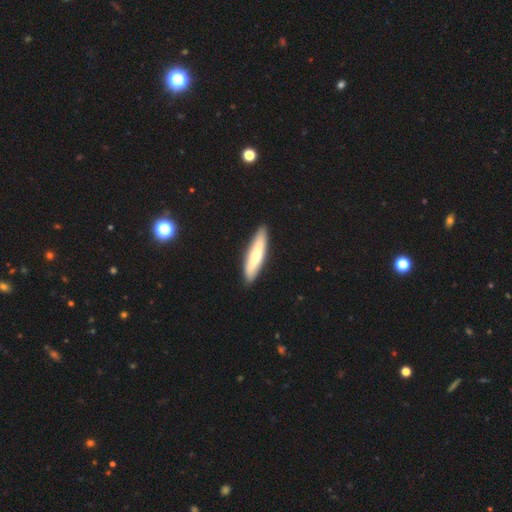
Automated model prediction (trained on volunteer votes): Smooth or featured? smooth (51%)
How rounded? cigar-shaped (74%)
Merging? none (90%)